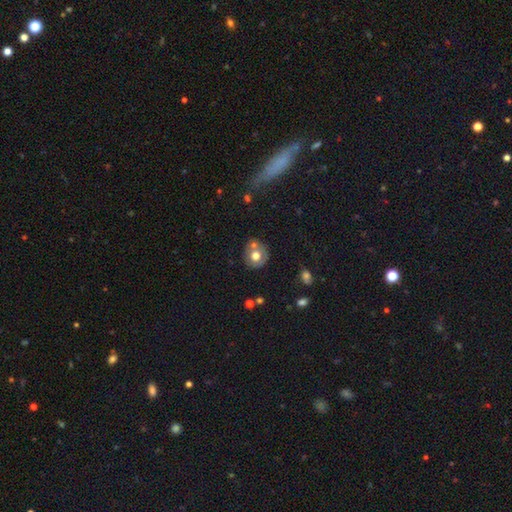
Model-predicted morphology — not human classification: smooth_or_featured: smooth (p=0.64) [alt: featured or disk p=0.27]
how_rounded: round (p=0.82) [alt: in between p=0.17]
merging: none (p=0.60) [alt: merger p=0.21]